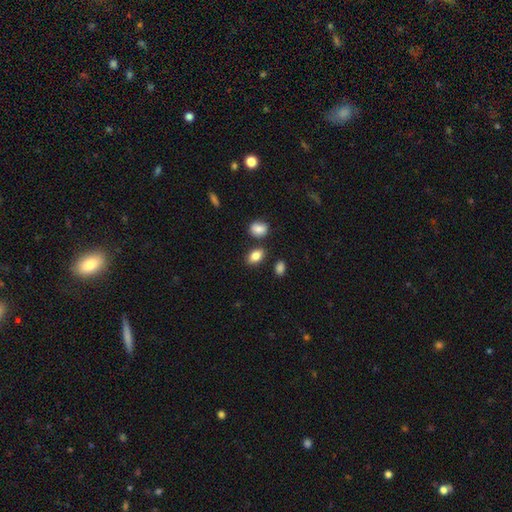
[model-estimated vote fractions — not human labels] smooth-or-featured: smooth: 85% | star or artifact: 8% | featured or disk: 7%
  how-rounded: in between: 85% | round: 13% | cigar-shaped: 2%
  merging: none: 80% | minor disturbance: 10% | merger: 7% | major disturbance: 3%